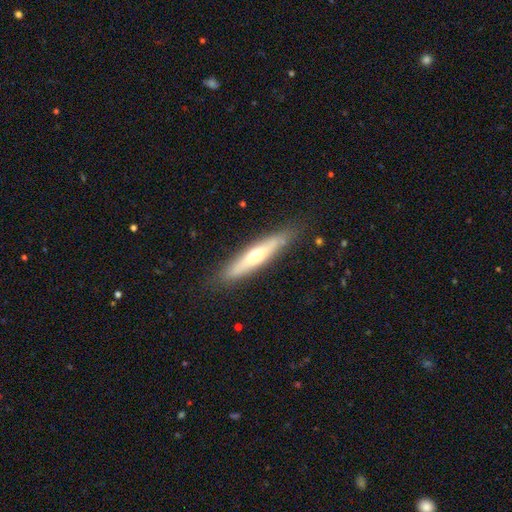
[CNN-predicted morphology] Smooth or featured? Predicted: featured or disk (p=0.52). Edge-on disk? Predicted: yes (p=0.83). Merging? Predicted: none (p=0.82).